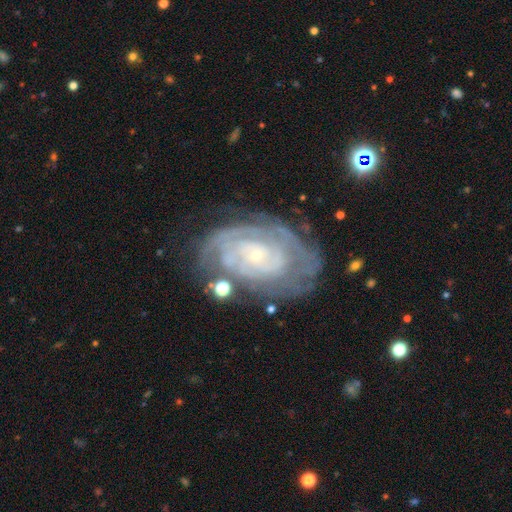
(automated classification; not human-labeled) Morphology: type=featured or disk (84%); edge-on=no (96%); bar=no (78%); spiral arms=yes (91%); winding=tight (79%); arm count=can't tell (45%); bulge=small (85%); merging=none (67%).